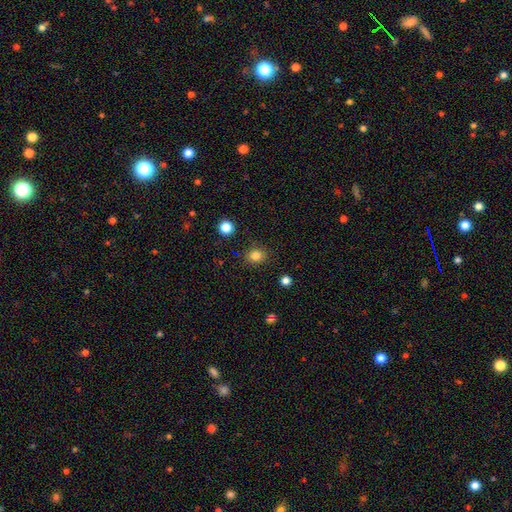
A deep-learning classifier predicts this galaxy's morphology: Overall: smooth (82%). How rounded: round (74%). Merging: none (88%).